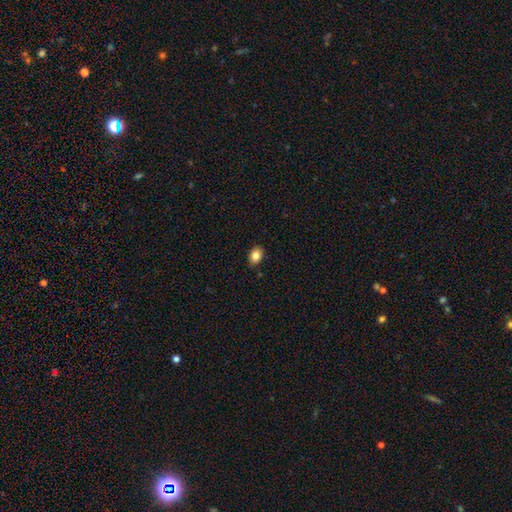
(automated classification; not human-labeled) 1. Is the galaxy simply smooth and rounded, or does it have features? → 84% smooth, 9% star or artifact, 6% featured or disk.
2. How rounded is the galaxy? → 73% in between, 26% round, 1% cigar-shaped.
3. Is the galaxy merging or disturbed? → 88% none, 9% minor disturbance, 2% major disturbance, 1% merger.